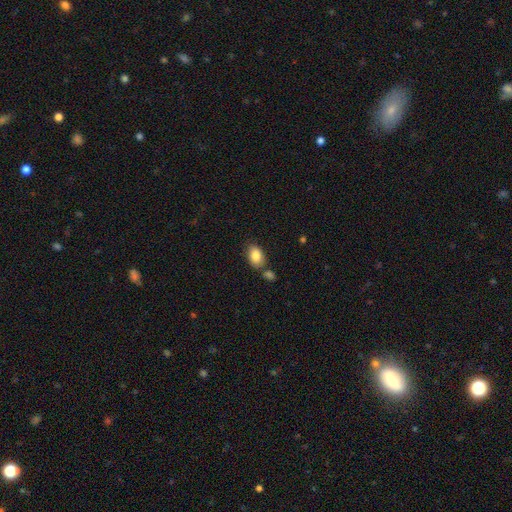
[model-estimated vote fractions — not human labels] Smooth or featured? Predicted: smooth (p=0.85). How rounded? Predicted: in between (p=0.88). Merging? Predicted: none (p=0.69).